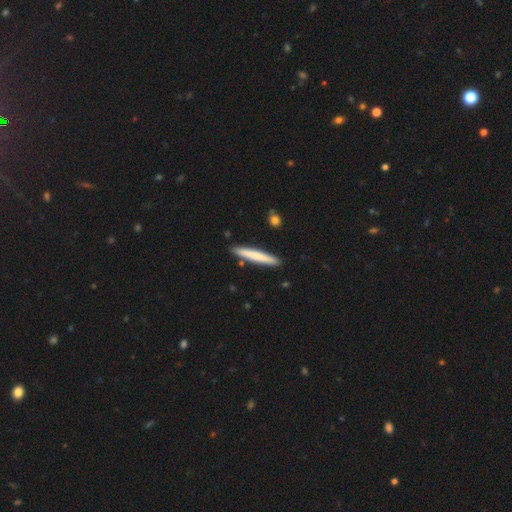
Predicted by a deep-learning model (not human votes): smooth 70%, featured or disk 25%, star or artifact 5%. Down the decision tree: how rounded — cigar-shaped (96%); merging — none (89%).